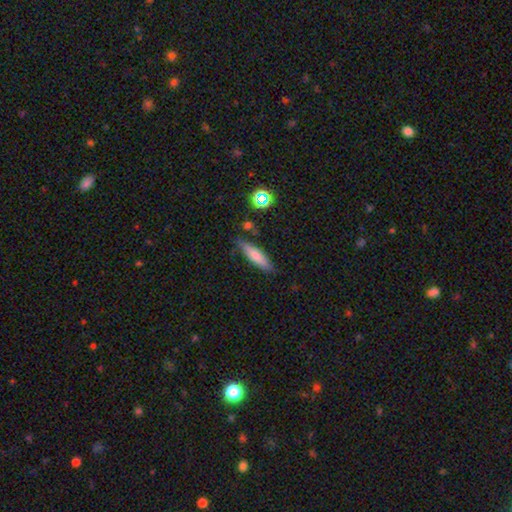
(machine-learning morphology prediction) Smooth or featured: smooth — 73% (featured or disk — 19%)
How rounded: cigar-shaped — 69% (in between — 29%)
Merging: none — 78% (minor disturbance — 15%)